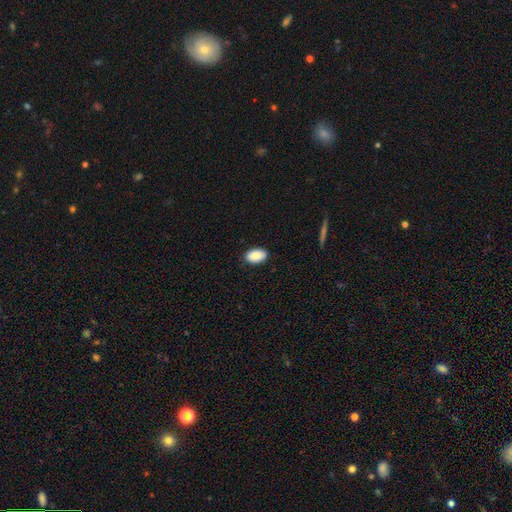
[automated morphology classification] This is clearly a smooth galaxy (89%). How rounded: clearly in between (92%). Merging: clearly none (87%).